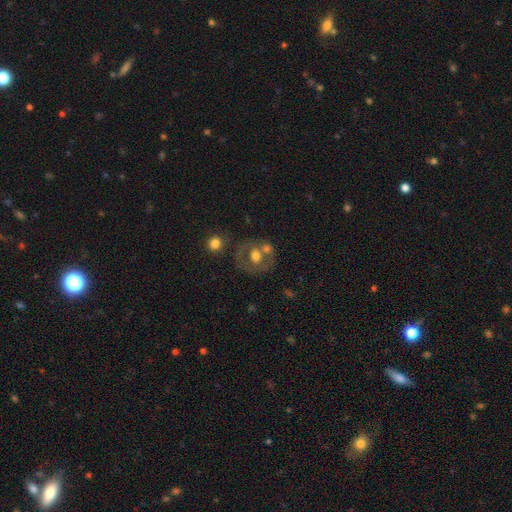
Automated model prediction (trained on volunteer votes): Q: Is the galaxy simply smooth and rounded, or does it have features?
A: featured or disk — 46%.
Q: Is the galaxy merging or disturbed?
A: none — 53%.